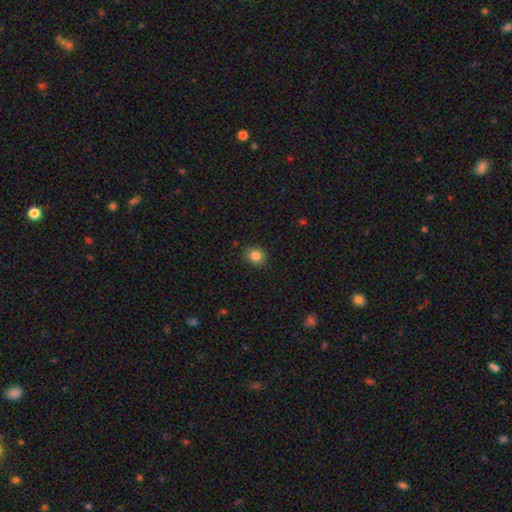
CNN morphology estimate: smooth-or-featured: smooth: 85% | star or artifact: 10% | featured or disk: 5%
  how-rounded: round: 65% | in between: 34% | cigar-shaped: 1%
  merging: none: 88% | minor disturbance: 8% | major disturbance: 2% | merger: 1%